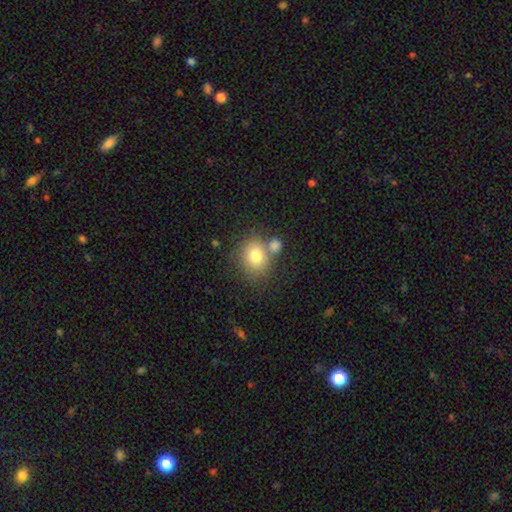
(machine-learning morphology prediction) smooth 77%, featured or disk 12%, star or artifact 10%. Down the decision tree: how rounded — round (70%); merging — none (56%).